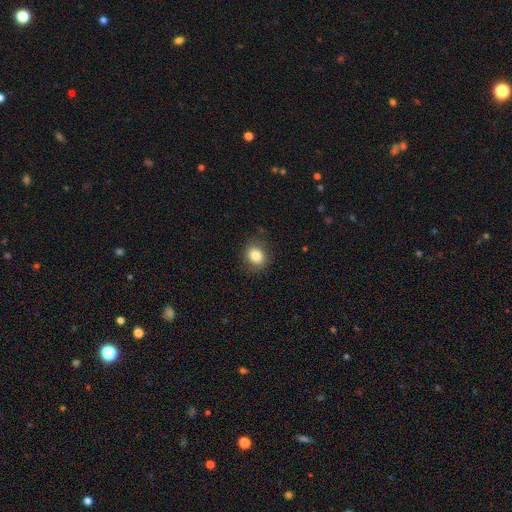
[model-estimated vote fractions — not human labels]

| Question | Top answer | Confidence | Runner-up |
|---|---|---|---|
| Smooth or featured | smooth | 82% | star or artifact (10%) |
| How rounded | round | 59% | in between (40%) |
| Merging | none | 83% | minor disturbance (12%) |